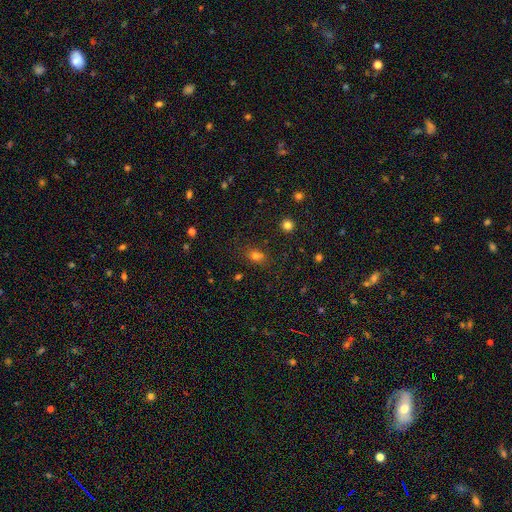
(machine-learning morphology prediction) smooth 72%, star or artifact 21%, featured or disk 8%. Down the decision tree: how rounded — in between (56%); merging — none (71%).